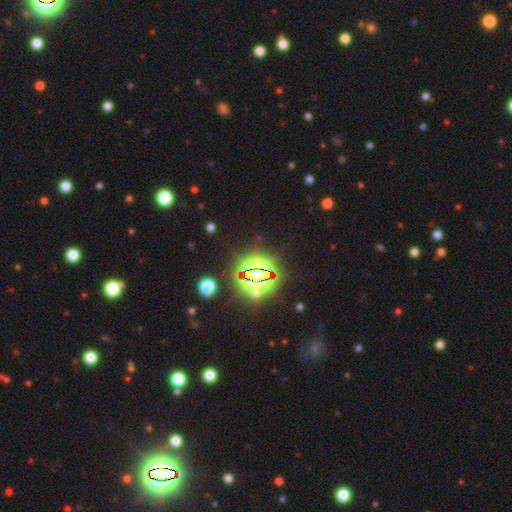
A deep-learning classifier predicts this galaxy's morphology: type=star or artifact (84%).